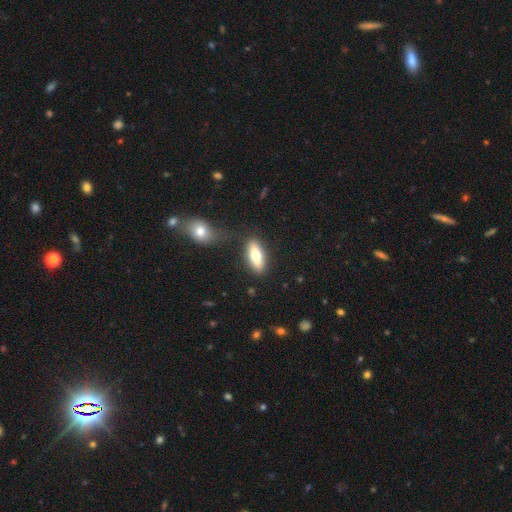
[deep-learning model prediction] Smooth or featured? smooth (69%)
How rounded? in between (71%)
Merging? none (79%)